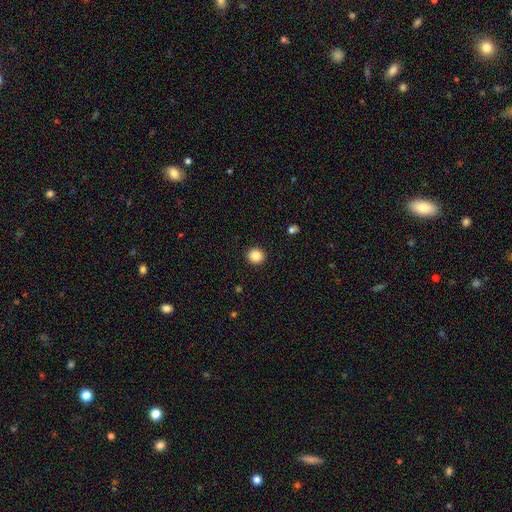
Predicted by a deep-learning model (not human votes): A smooth galaxy with no disk features (85%) that is round (91%). Merging: none (93%).